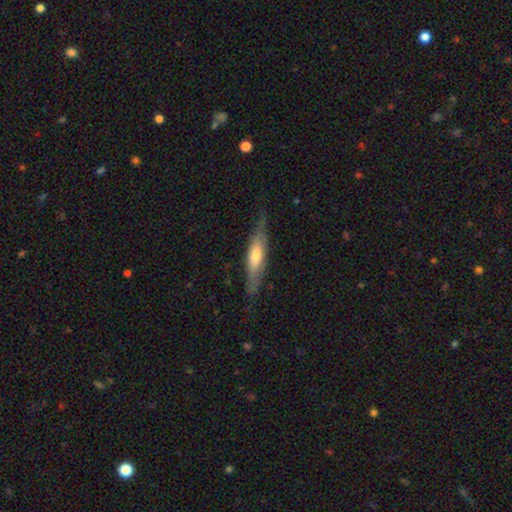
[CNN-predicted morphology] Smooth or featured?
  - featured or disk: 51% *
  - smooth: 44%
  - star or artifact: 6%
Edge-on disk?
  - yes: 77% *
  - no: 23%
Merging?
  - none: 74% *
  - minor disturbance: 19%
  - major disturbance: 5%
  - merger: 1%